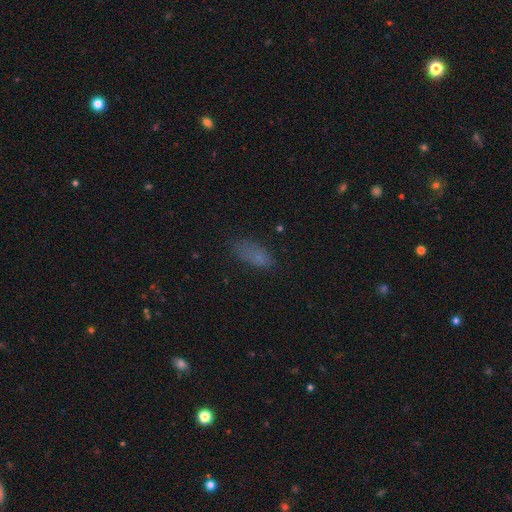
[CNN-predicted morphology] Q: Smooth or featured?
A: smooth (73%); runner-up: star or artifact (16%)
Q: How rounded?
A: in between (78%); runner-up: cigar-shaped (18%)
Q: Merging?
A: none (62%); runner-up: minor disturbance (24%)